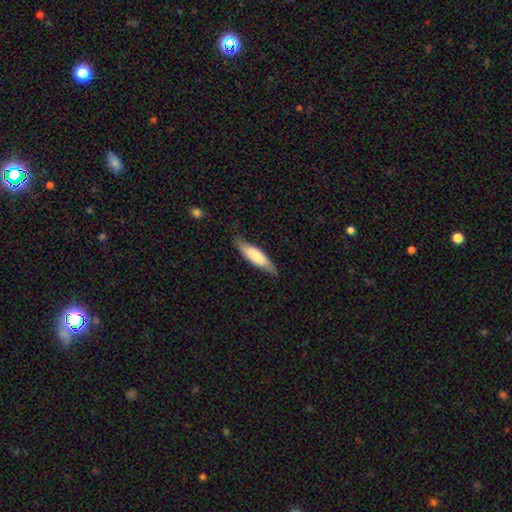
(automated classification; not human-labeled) A smooth galaxy with no disk features (65%) that is cigar-shaped (64%). Merging: none (77%).